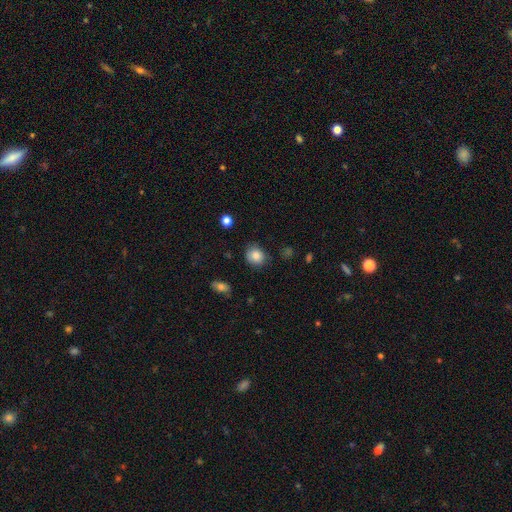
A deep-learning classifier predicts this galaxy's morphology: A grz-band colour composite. It shows a smooth galaxy with no disk features (84%) that is round (68%). Merging: none (73%).